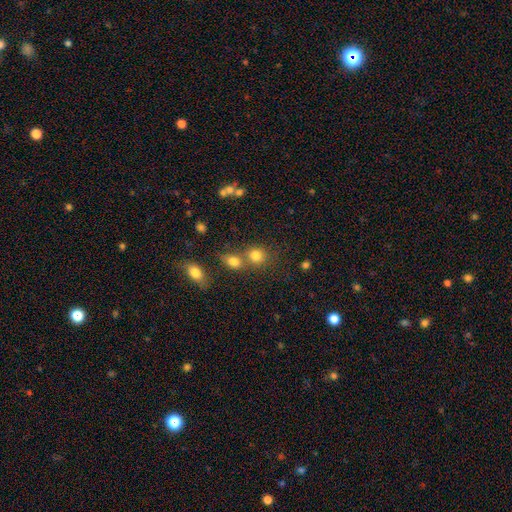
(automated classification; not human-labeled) Smooth or featured?
  - smooth: 79% *
  - star or artifact: 13%
  - featured or disk: 8%
How rounded?
  - round: 78% *
  - in between: 21%
  - cigar-shaped: 1%
Merging?
  - none: 53% *
  - merger: 35%
  - minor disturbance: 8%
  - major disturbance: 4%